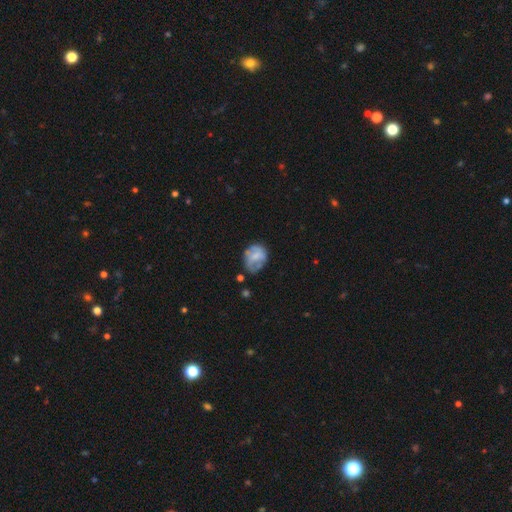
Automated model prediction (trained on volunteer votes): This appears to be a smooth galaxy with no disk features (52%) that is in between round and cigar-shaped (51%). Merging: none (46%).